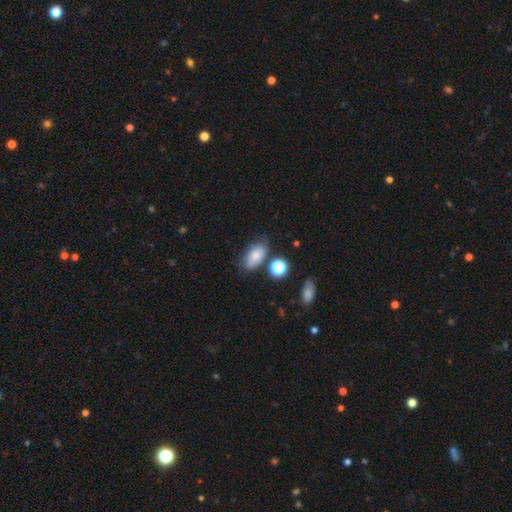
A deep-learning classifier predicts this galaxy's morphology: This is likely a smooth galaxy (77%). How rounded: clearly in between (89%). Merging: likely none (65%).